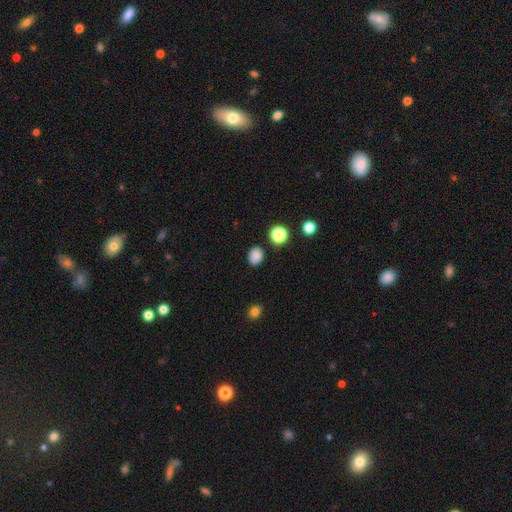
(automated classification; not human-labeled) Q: Smooth or featured?
A: smooth (84%); runner-up: star or artifact (12%)
Q: How rounded?
A: in between (54%); runner-up: round (45%)
Q: Merging?
A: none (85%); runner-up: minor disturbance (10%)